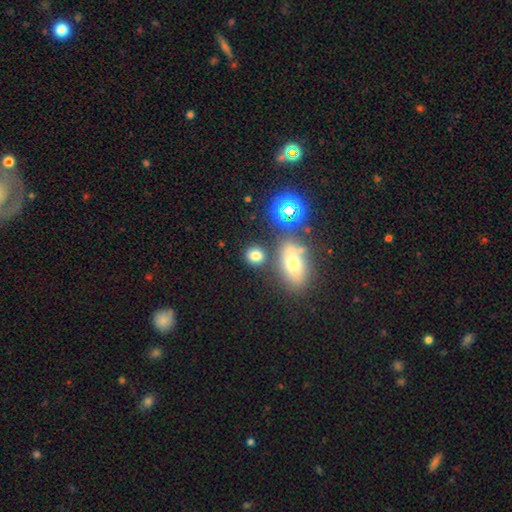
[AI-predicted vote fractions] smooth-or-featured: smooth: 72% | star or artifact: 19% | featured or disk: 9%
  how-rounded: round: 70% | in between: 28% | cigar-shaped: 2%
  merging: none: 76% | merger: 11% | minor disturbance: 9% | major disturbance: 4%